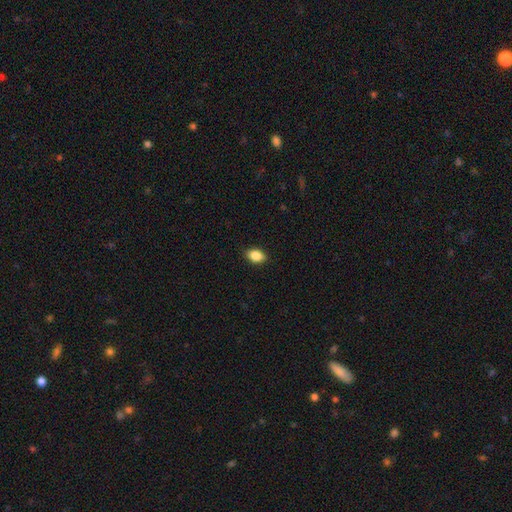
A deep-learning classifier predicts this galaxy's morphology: Smooth or featured? Predicted: smooth (p=0.87). How rounded? Predicted: in between (p=0.83). Merging? Predicted: none (p=0.89).